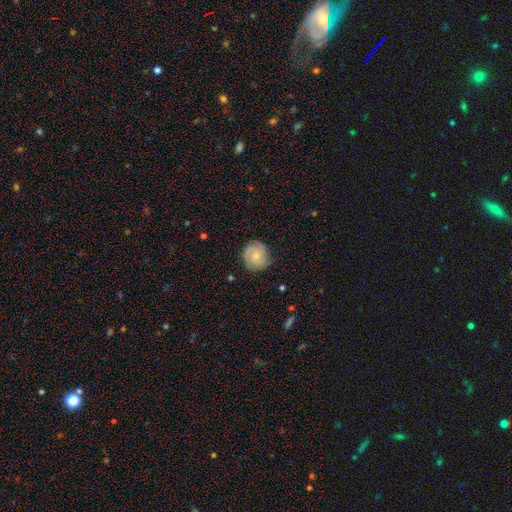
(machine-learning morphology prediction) A featured or disk galaxy (66%) with no bar (69%), 2 (38%) tight (64%) spiral arms (94%) and a small central bulge (51%). Merging: none (80%).